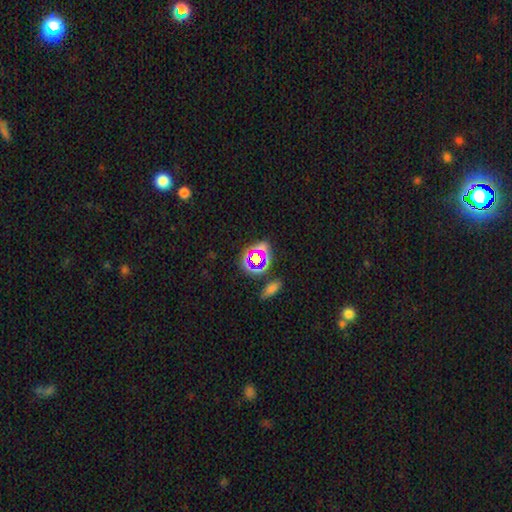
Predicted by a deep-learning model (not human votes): This is possibly a star or artifact rather than a galaxy (54%).